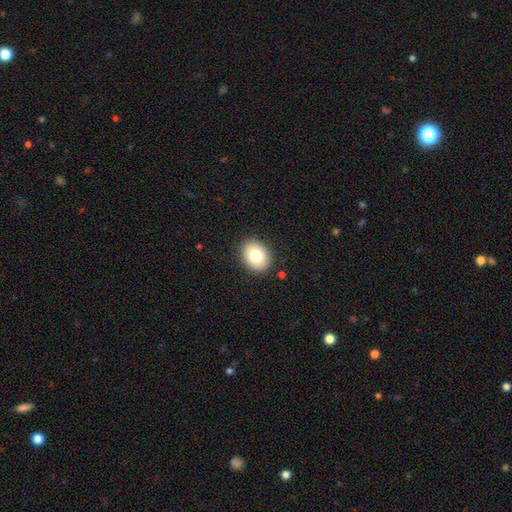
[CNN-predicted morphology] Smooth or featured?
  - smooth: 79% *
  - featured or disk: 12%
  - star or artifact: 9%
How rounded?
  - in between: 54% *
  - round: 46%
  - cigar-shaped: 1%
Merging?
  - none: 89% *
  - minor disturbance: 8%
  - major disturbance: 2%
  - merger: 1%